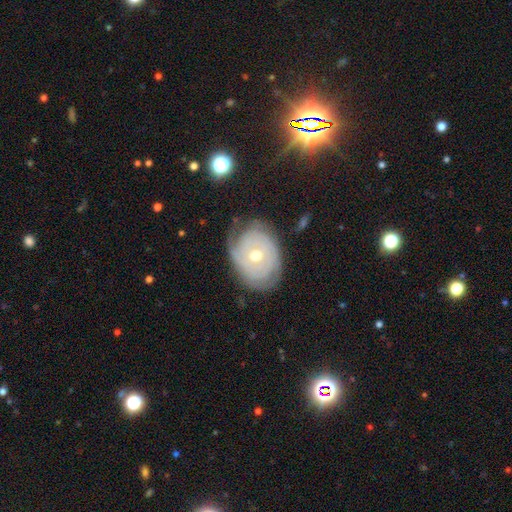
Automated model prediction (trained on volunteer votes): Overall: featured or disk (73%). Edge-on disk: no (96%). Bar: no (82%). Spiral arms: yes (80%). Spiral arm count: can't tell (49%; 2 22%). Spiral winding: tight (79%). Bulge size: moderate (61%; small 36%). Merging: none (67%).